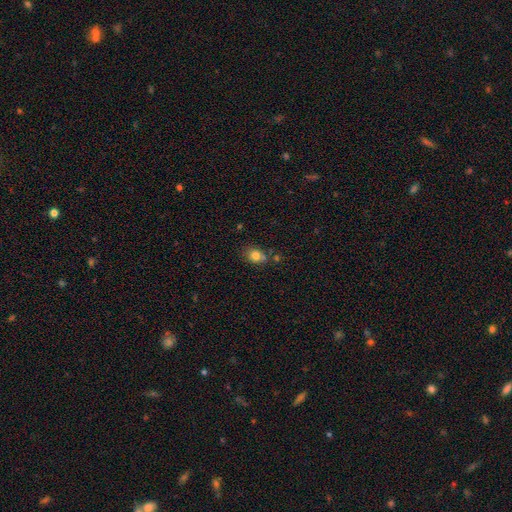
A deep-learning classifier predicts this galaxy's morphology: Q: Smooth or featured?
A: smooth (80%); runner-up: star or artifact (11%)
Q: How rounded?
A: round (52%); runner-up: in between (47%)
Q: Merging?
A: none (63%); runner-up: minor disturbance (17%)